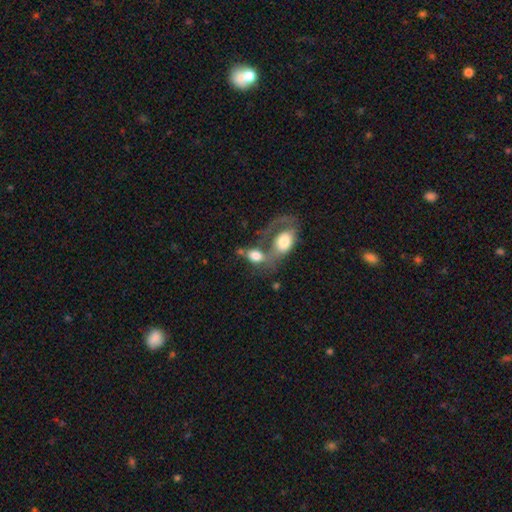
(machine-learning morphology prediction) Smooth or featured? smooth (66%)
How rounded? in between (79%)
Merging? merger (62%)